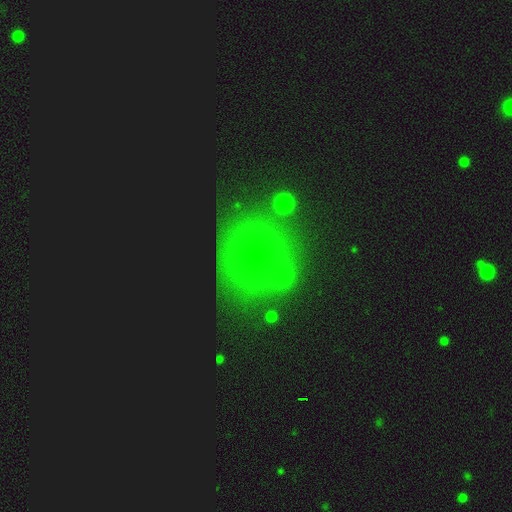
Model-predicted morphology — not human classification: Overall: smooth (56%; star or artifact 27%). How rounded: round (77%). Merging: none (69%).